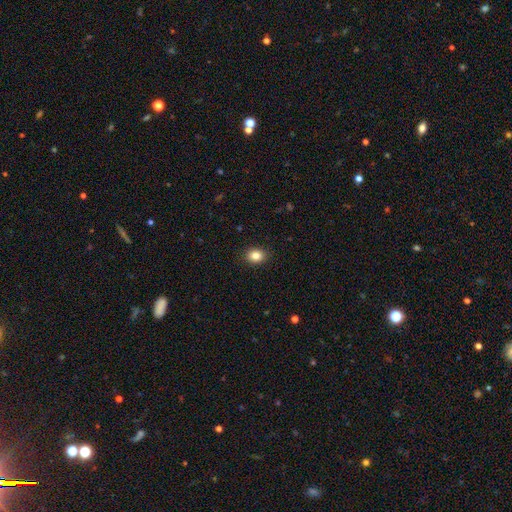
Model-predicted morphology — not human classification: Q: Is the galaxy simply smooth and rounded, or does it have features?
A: smooth — 85%.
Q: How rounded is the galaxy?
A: round — 50%.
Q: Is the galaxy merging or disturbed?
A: none — 90%.